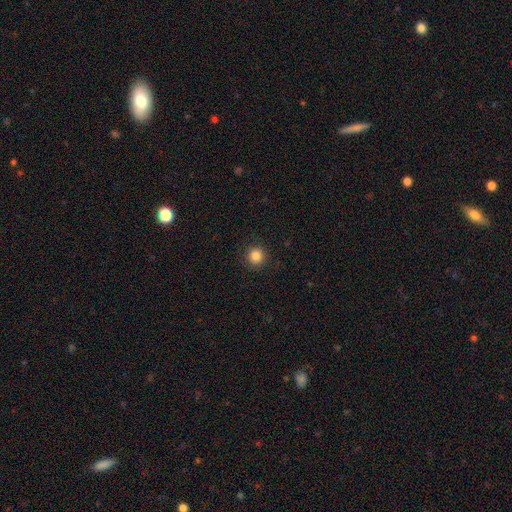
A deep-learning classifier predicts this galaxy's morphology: A smooth galaxy with no disk features (85%) that is round (94%).

Vote fractions:
- Smooth or featured? smooth: 85% / star or artifact: 11% / featured or disk: 4%
- How rounded? round: 94% / in between: 5% / cigar-shaped: 1%
- Merging? none: 91% / minor disturbance: 6% / major disturbance: 2% / merger: 1%